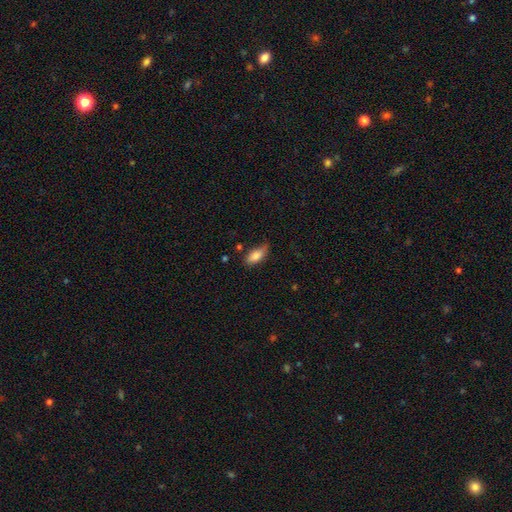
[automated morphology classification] smooth 82%, featured or disk 10%, star or artifact 7%. Down the decision tree: how rounded — in between (84%); merging — none (63%).